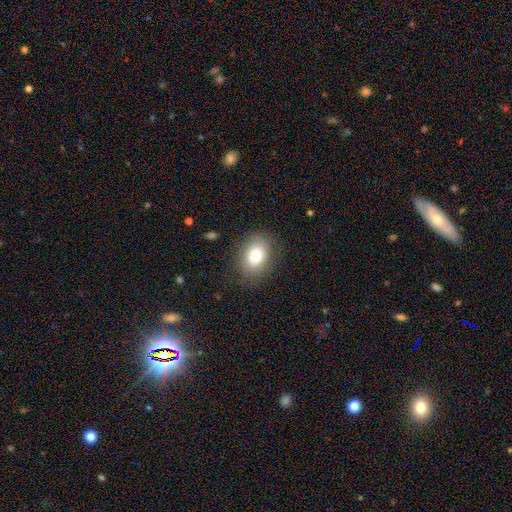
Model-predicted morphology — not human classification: Overall: smooth (78%). How rounded: in between (69%; round 30%). Merging: none (83%).